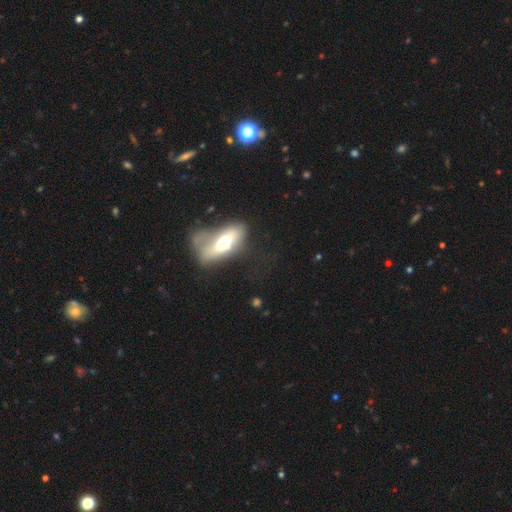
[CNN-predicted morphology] A featured or disk galaxy (47%). Merging: none (40%).